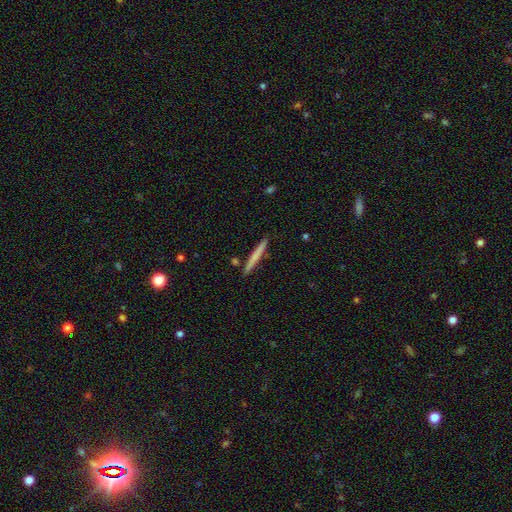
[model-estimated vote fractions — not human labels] Smooth or featured: smooth — 61% (featured or disk — 34%)
How rounded: cigar-shaped — 97% (in between — 2%)
Merging: none — 90% (minor disturbance — 7%)